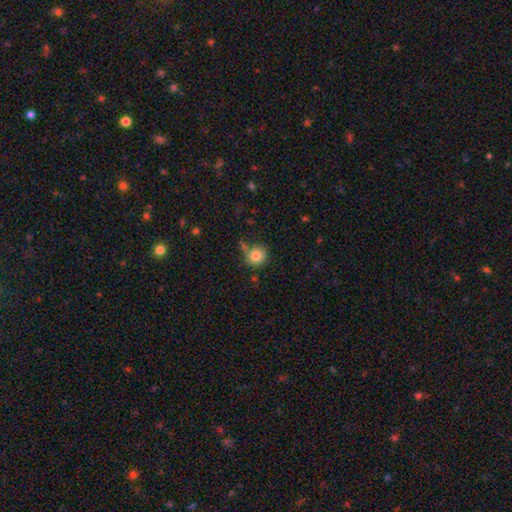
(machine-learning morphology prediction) smooth-or-featured: smooth: 80% | star or artifact: 10% | featured or disk: 9%
  how-rounded: round: 87% | in between: 12% | cigar-shaped: 1%
  merging: none: 64% | minor disturbance: 19% | merger: 11% | major disturbance: 7%